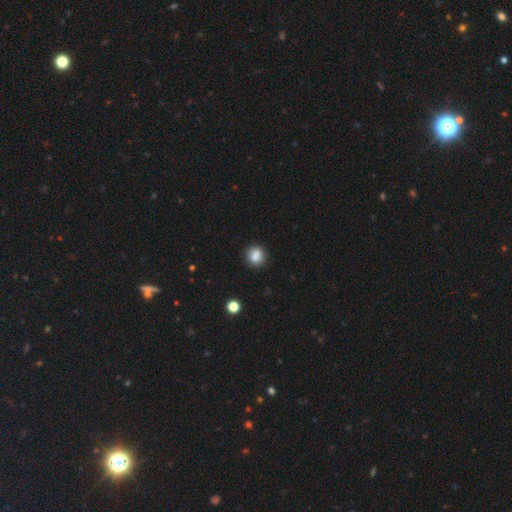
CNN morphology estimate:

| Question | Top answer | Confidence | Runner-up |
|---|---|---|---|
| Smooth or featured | smooth | 85% | star or artifact (10%) |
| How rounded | round | 76% | in between (23%) |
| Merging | none | 86% | minor disturbance (10%) |